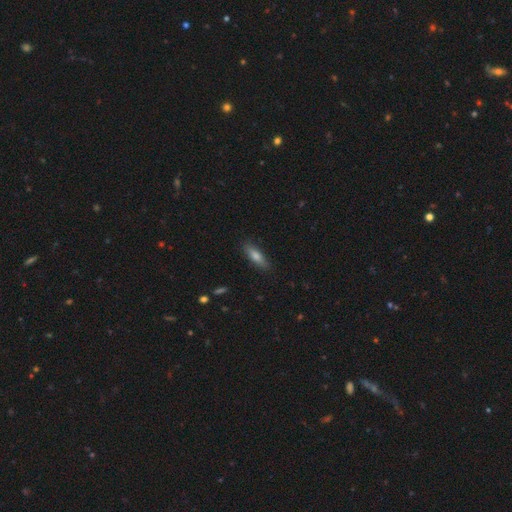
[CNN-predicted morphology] Smooth or featured? Predicted: smooth (p=0.70). How rounded? Predicted: cigar-shaped (p=0.56). Merging? Predicted: none (p=0.86).